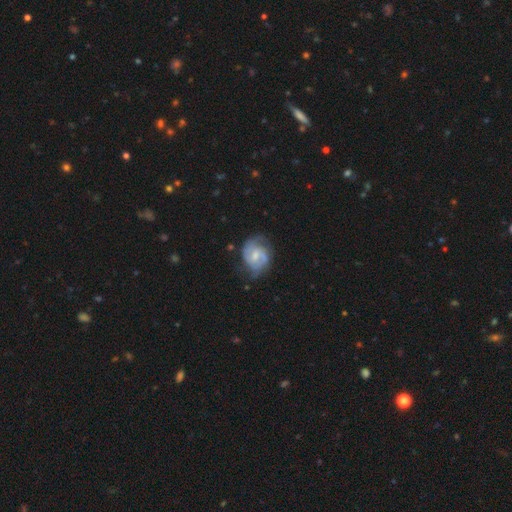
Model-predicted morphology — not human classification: Smooth or featured? Predicted: featured or disk (p=0.72). Edge-on disk? Predicted: no (p=0.98). Bar? Predicted: weak (p=0.51). Spiral arms? Predicted: yes (p=0.89). Spiral winding? Predicted: medium (p=0.45). Spiral arm count? Predicted: 2 (p=0.71). Bulge size? Predicted: moderate (p=0.45). Merging? Predicted: none (p=0.57).